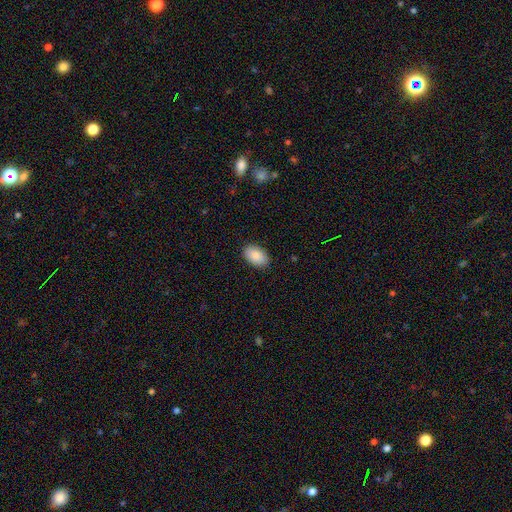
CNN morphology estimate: A smooth galaxy with no disk features (88%) that is in between round and cigar-shaped (92%).

Vote fractions:
- Smooth or featured? smooth: 88% / star or artifact: 7% / featured or disk: 5%
- How rounded? in between: 92% / round: 7% / cigar-shaped: 1%
- Merging? none: 88% / minor disturbance: 9% / major disturbance: 2% / merger: 1%